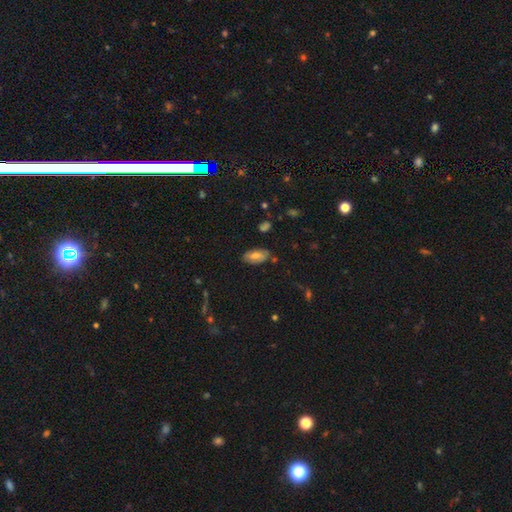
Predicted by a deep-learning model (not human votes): Smooth or featured?
  - smooth: 62% *
  - featured or disk: 29%
  - star or artifact: 9%
How rounded?
  - in between: 92% *
  - cigar-shaped: 5%
  - round: 3%
Merging?
  - none: 78% *
  - minor disturbance: 16%
  - major disturbance: 3%
  - merger: 2%